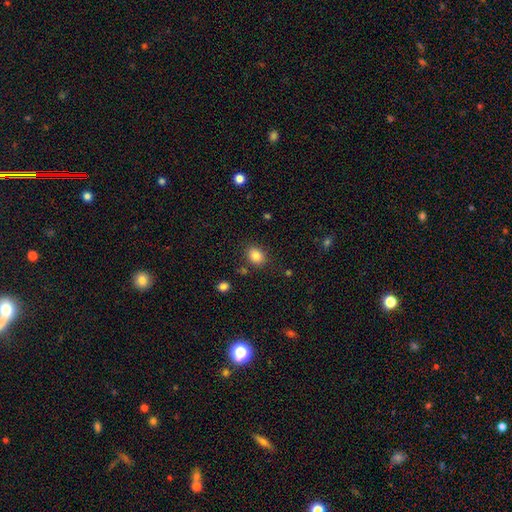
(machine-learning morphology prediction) smooth 84%, star or artifact 10%, featured or disk 6%. Down the decision tree: how rounded — in between (56%); merging — none (83%).